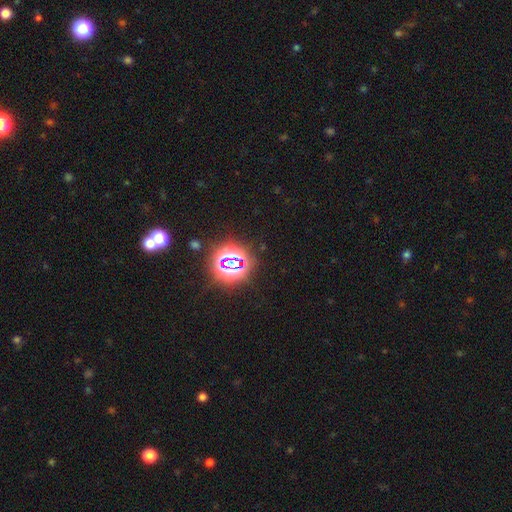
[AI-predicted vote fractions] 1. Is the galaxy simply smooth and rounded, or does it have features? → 79% star or artifact, 15% smooth, 5% featured or disk.